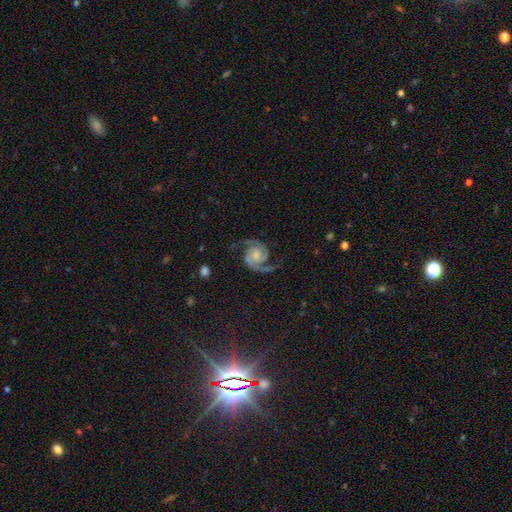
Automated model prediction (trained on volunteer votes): Overall: featured or disk (92%). Edge-on disk: no (98%). Bar: no (66%; weak 27%). Spiral arms: yes (99%). Spiral arm count: 2 (94%). Spiral winding: medium (55%; tight 27%). Bulge size: moderate (37%; small 32%). Merging: none (77%).